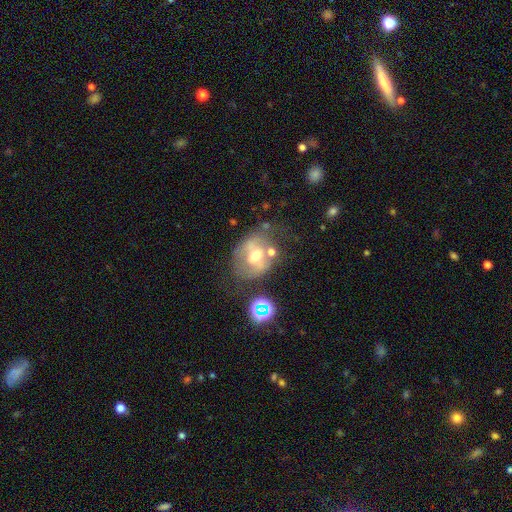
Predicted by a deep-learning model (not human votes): This is possibly a featured or disk galaxy (56%). It is clearly not viewed edge-on (94%). Bar: marginally no (39%). Spiral arm pattern: possibly no (59%). Central bulge: likely moderate (70%). Merging: possibly none (48%).